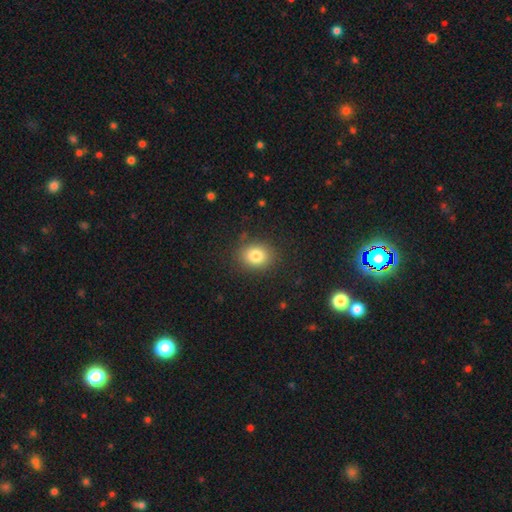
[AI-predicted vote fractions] Morphology: type=smooth (82%); roundness=round (59%); merging=none (86%).